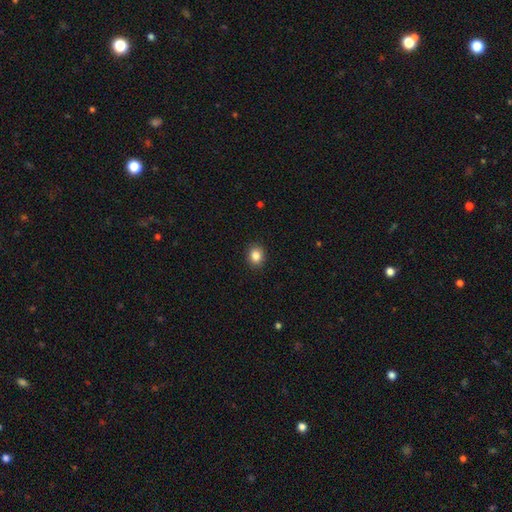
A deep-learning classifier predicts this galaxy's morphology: smooth_or_featured: smooth (p=0.85) [alt: star or artifact p=0.10]
how_rounded: round (p=0.69) [alt: in between p=0.30]
merging: none (p=0.90) [alt: minor disturbance p=0.07]